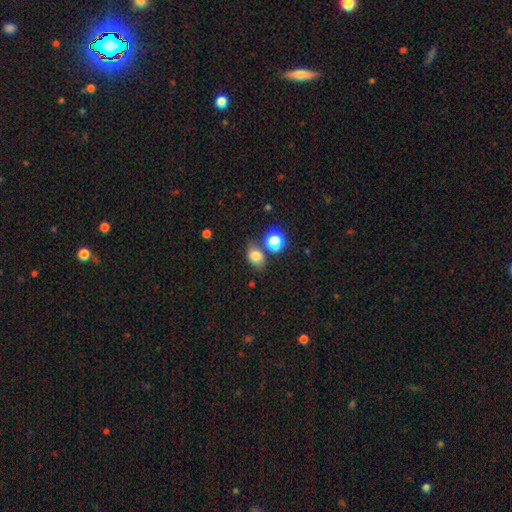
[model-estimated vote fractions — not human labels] Q: Smooth or featured?
A: smooth (79%); runner-up: star or artifact (13%)
Q: How rounded?
A: in between (69%); runner-up: round (30%)
Q: Merging?
A: none (67%); runner-up: minor disturbance (15%)